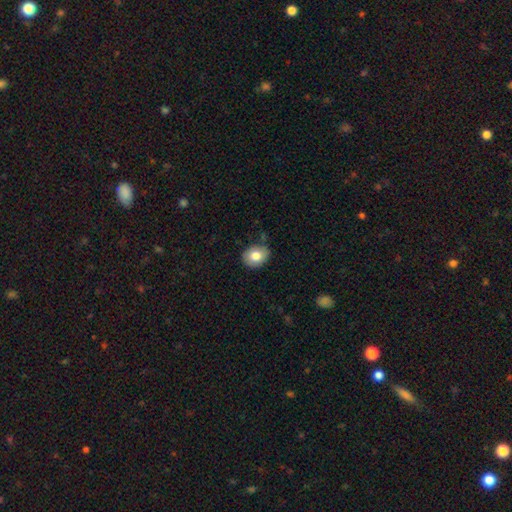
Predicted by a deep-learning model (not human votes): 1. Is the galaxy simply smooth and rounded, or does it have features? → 80% smooth, 12% featured or disk, 8% star or artifact.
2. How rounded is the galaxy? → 59% in between, 40% round, 1% cigar-shaped.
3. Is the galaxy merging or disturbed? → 80% none, 15% minor disturbance, 3% major disturbance, 2% merger.